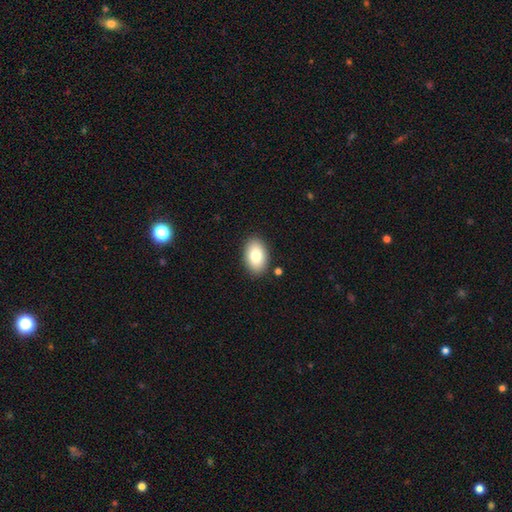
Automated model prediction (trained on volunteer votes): Smooth or featured?
  - smooth: 82% *
  - featured or disk: 11%
  - star or artifact: 7%
How rounded?
  - in between: 90% *
  - round: 9%
  - cigar-shaped: 1%
Merging?
  - none: 87% *
  - minor disturbance: 8%
  - major disturbance: 2%
  - merger: 2%